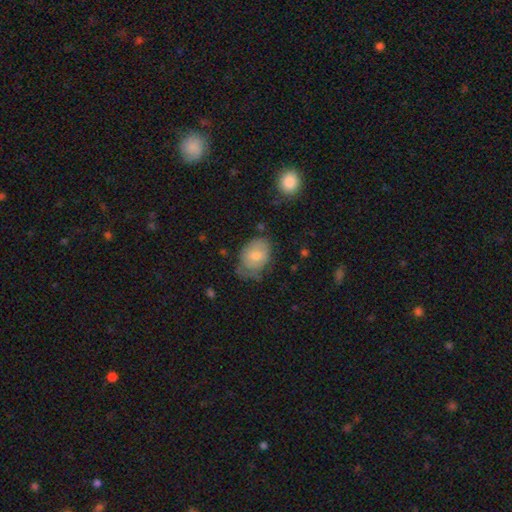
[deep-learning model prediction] Morphology: type=smooth (66%); roundness=in between (79%); merging=none (44%).